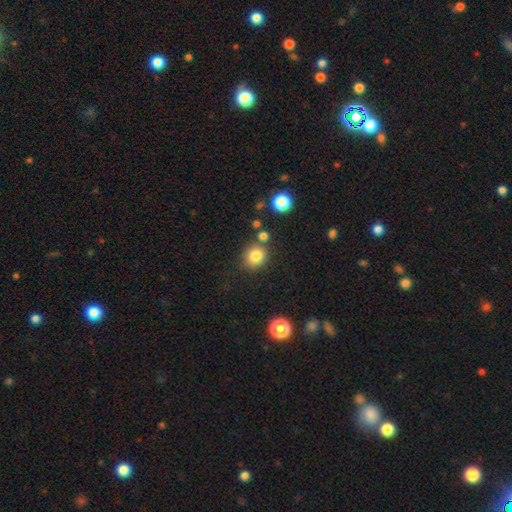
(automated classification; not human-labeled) smooth 82%, star or artifact 12%, featured or disk 7%. Down the decision tree: how rounded — round (83%); merging — none (76%).